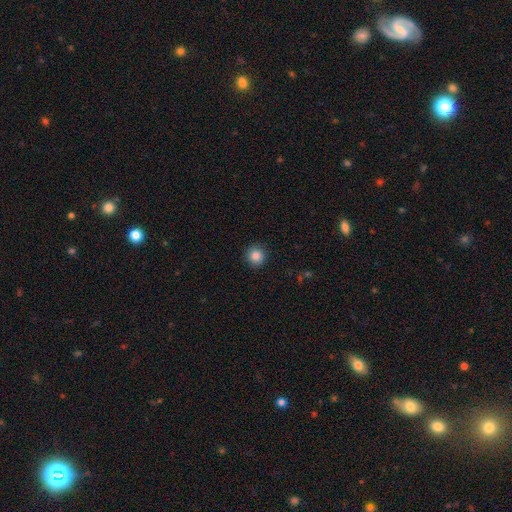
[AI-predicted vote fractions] A smooth galaxy with no disk features (86%) that is round (94%). Merging: none (90%).